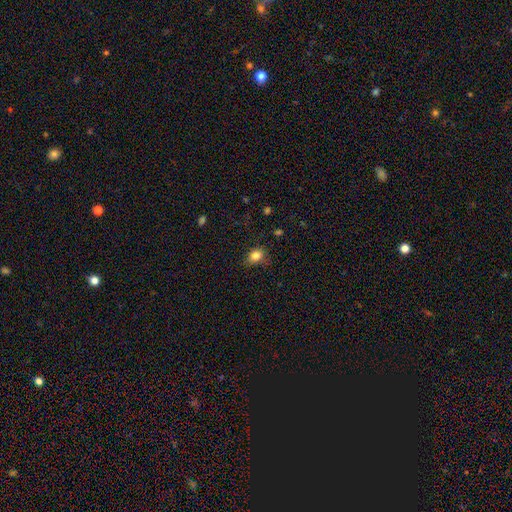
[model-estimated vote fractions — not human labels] smooth 83%, star or artifact 11%, featured or disk 6%. Down the decision tree: how rounded — in between (53%); merging — none (73%).